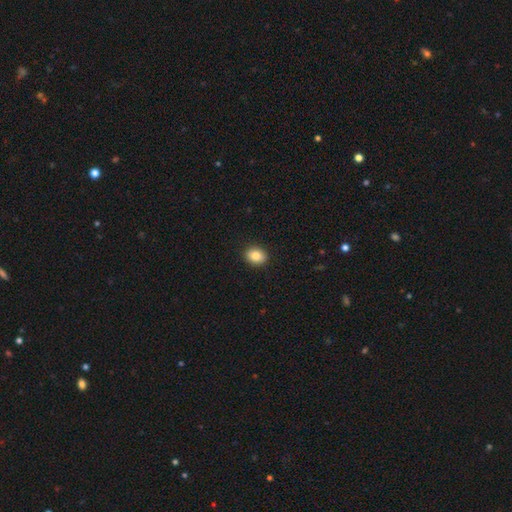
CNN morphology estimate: Smooth or featured: smooth — 83% (star or artifact — 9%)
How rounded: round — 49% (tied with in between — 49%)
Merging: none — 91% (minor disturbance — 6%)